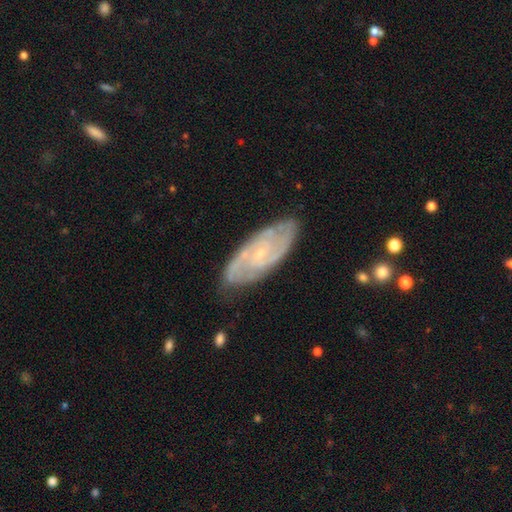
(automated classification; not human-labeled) This is likely a featured or disk galaxy (78%). It is clearly not viewed edge-on (90%). Bar: possibly no (60%). Spiral arm pattern: clearly yes (91%). Spiral arm count: marginally 2 (42%). Spiral winding: possibly tight (54%). Central bulge: likely small (79%). Merging: clearly none (81%).